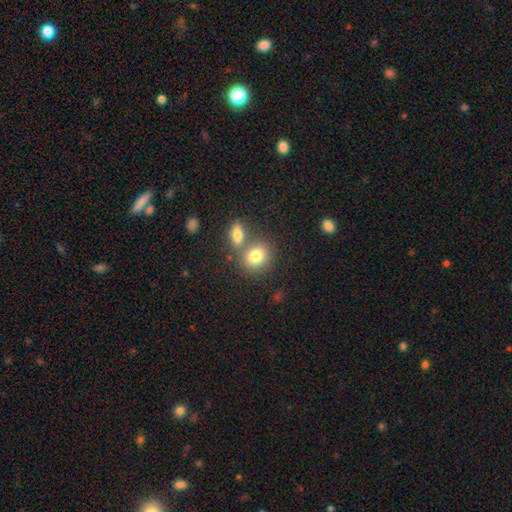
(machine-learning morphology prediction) A smooth galaxy with no disk features (81%) that is round (57%). Merging: none (49%).